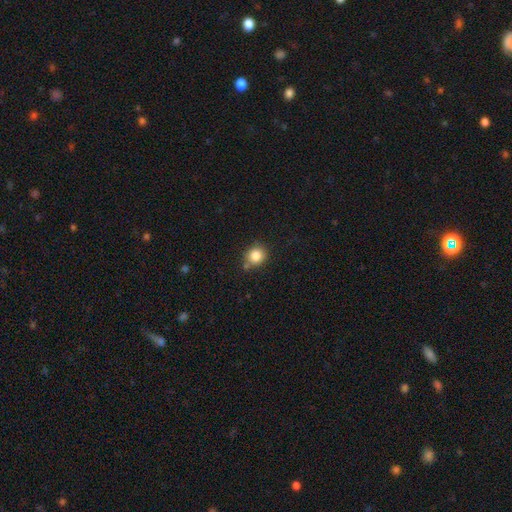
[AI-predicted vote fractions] Smooth or featured?
  - smooth: 83% *
  - star or artifact: 11%
  - featured or disk: 6%
How rounded?
  - round: 86% *
  - in between: 13%
  - cigar-shaped: 1%
Merging?
  - none: 71% *
  - minor disturbance: 15%
  - merger: 10%
  - major disturbance: 4%